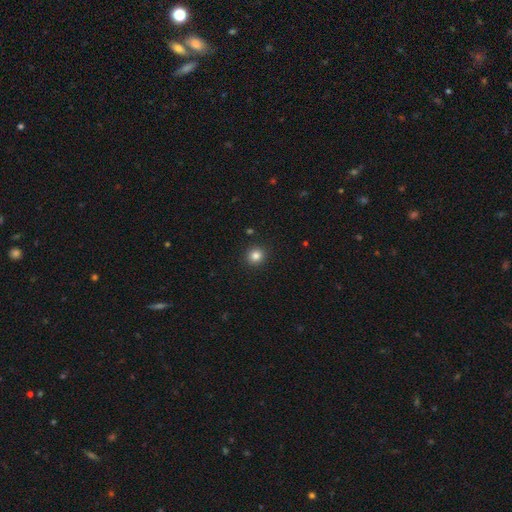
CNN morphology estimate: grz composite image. It shows a smooth galaxy with no disk features (83%) that is round (91%). Merging: none (92%).